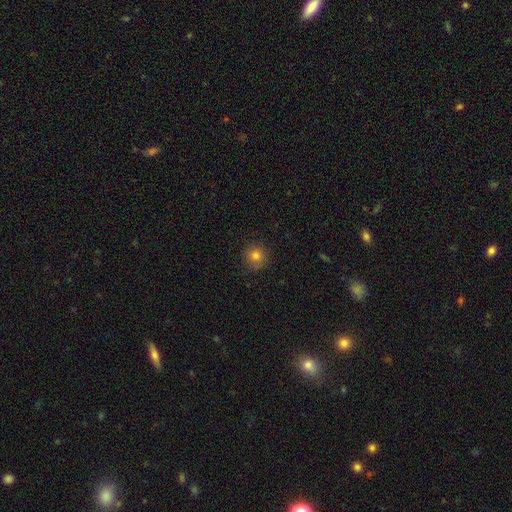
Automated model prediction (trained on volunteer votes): smooth-or-featured: smooth: 81% | star or artifact: 13% | featured or disk: 6%
  how-rounded: round: 93% | in between: 6% | cigar-shaped: 1%
  merging: none: 86% | minor disturbance: 10% | major disturbance: 3% | merger: 1%